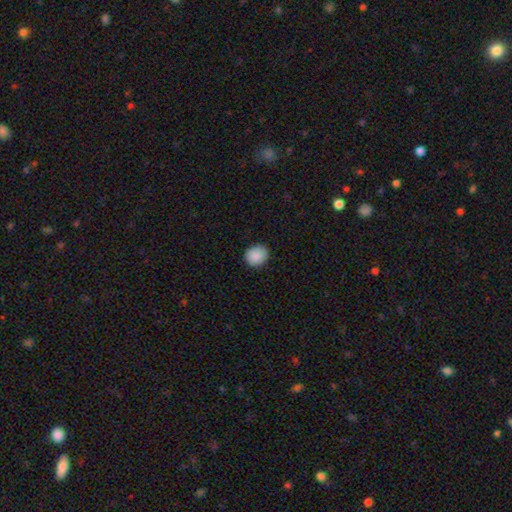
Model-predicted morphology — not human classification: This is clearly a smooth galaxy (89%). How rounded: likely round (72%). Merging: clearly none (88%).